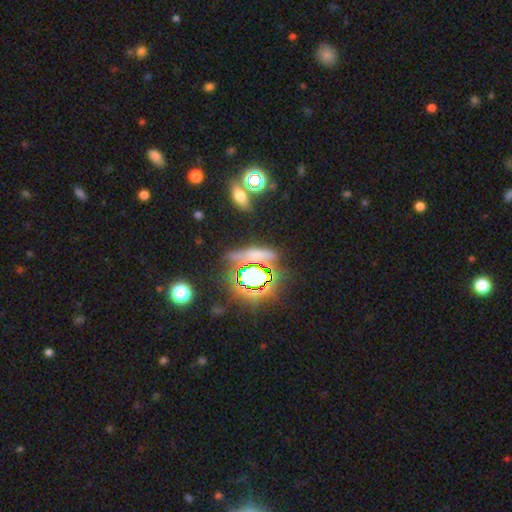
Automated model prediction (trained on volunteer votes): The model was most divided on "smooth or featured": star or artifact: 49%, smooth: 34%, featured or disk: 17%.